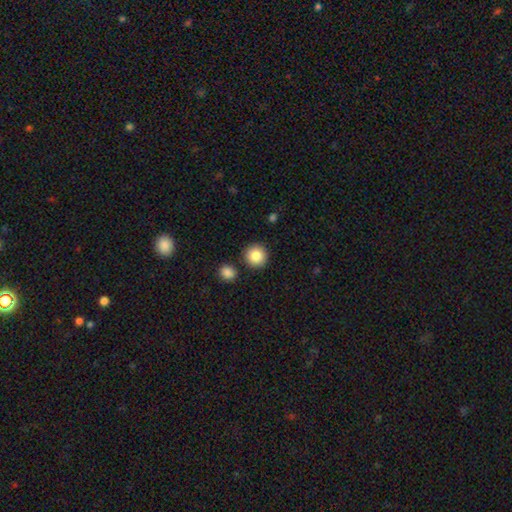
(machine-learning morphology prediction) Smooth or featured? Predicted: smooth (p=0.86). How rounded? Predicted: round (p=0.94). Merging? Predicted: none (p=0.88).